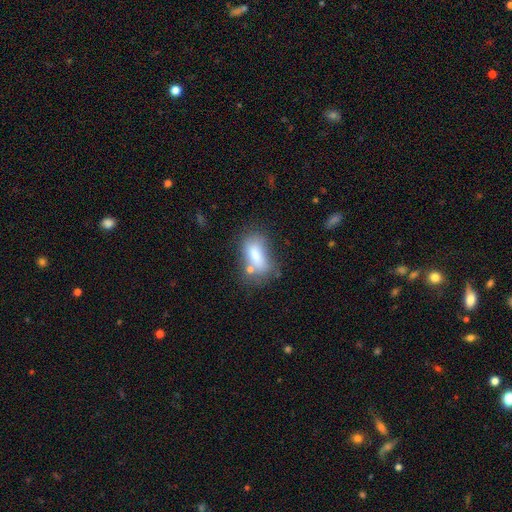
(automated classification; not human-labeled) This is likely a smooth galaxy (76%). How rounded: clearly in between (84%). Merging: possibly none (47%).